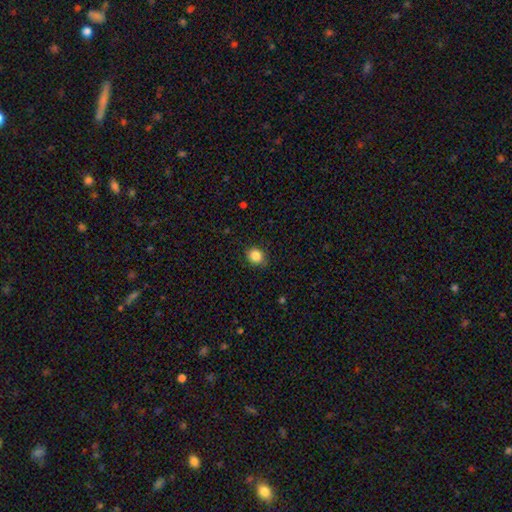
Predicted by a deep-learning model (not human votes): smooth 85%, star or artifact 10%, featured or disk 4%. Down the decision tree: how rounded — round (75%); merging — none (83%).